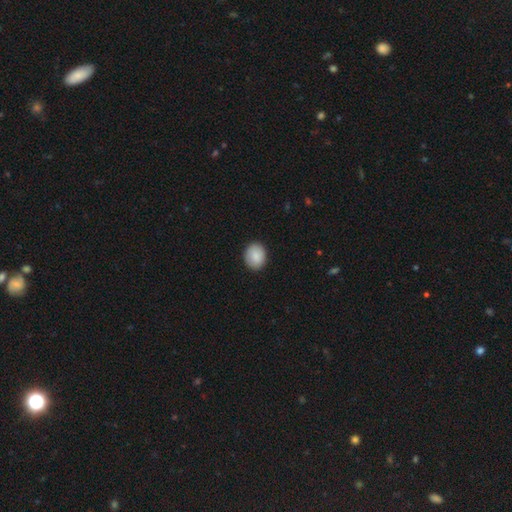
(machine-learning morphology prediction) Smooth or featured? Predicted: smooth (p=0.88). How rounded? Predicted: round (p=0.56). Merging? Predicted: none (p=0.89).